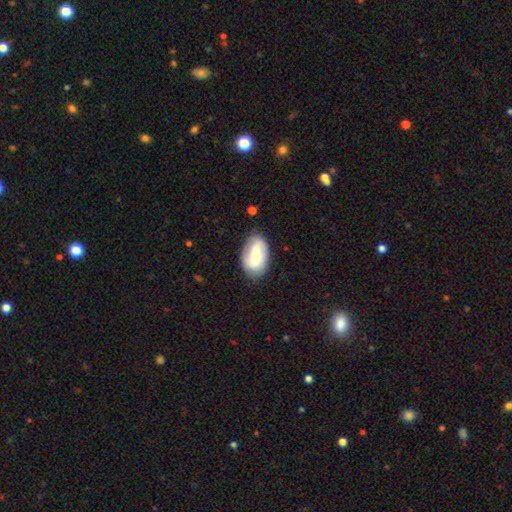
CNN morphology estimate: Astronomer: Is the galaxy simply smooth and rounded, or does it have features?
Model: featured or disk — 50% (runner-up: smooth, 44%).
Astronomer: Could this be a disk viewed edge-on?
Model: no — 93%.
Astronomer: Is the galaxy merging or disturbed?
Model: none — 81%.